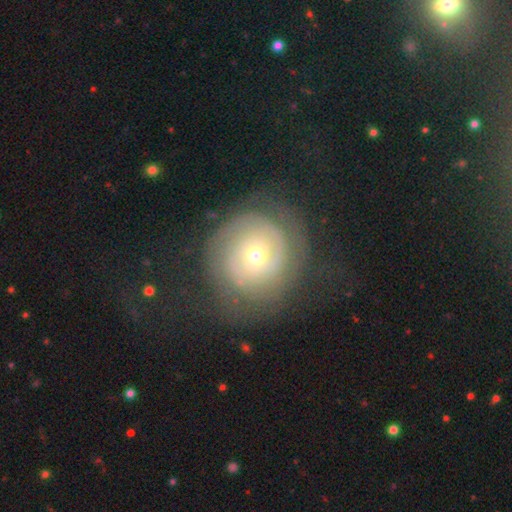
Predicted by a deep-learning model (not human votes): featured or disk 75%, smooth 18%, star or artifact 7%. Down the decision tree: edge-on disk — no (97%); bar — no (75%); spiral arms — yes (89%); spiral arm count — 2 (45%); spiral winding — tight (73%); bulge size — small (64%); merging — none (70%).